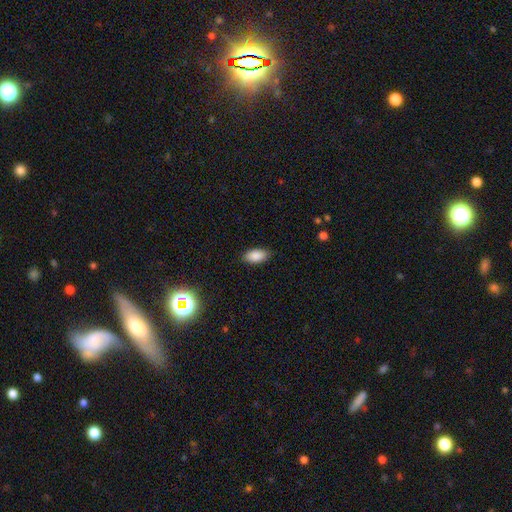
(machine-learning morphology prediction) Smooth or featured?
  - smooth: 87% *
  - star or artifact: 8%
  - featured or disk: 4%
How rounded?
  - in between: 93% *
  - cigar-shaped: 4%
  - round: 3%
Merging?
  - none: 86% *
  - minor disturbance: 11%
  - major disturbance: 2%
  - merger: 1%